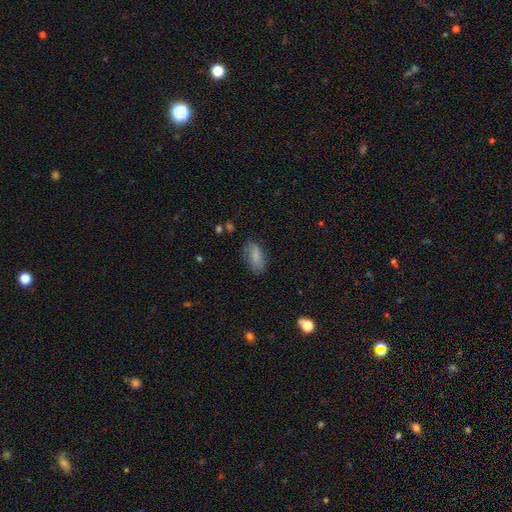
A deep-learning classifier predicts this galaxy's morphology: Smooth or featured: smooth — 80% (featured or disk — 12%)
How rounded: in between — 87% (cigar-shaped — 10%)
Merging: none — 70% (minor disturbance — 22%)